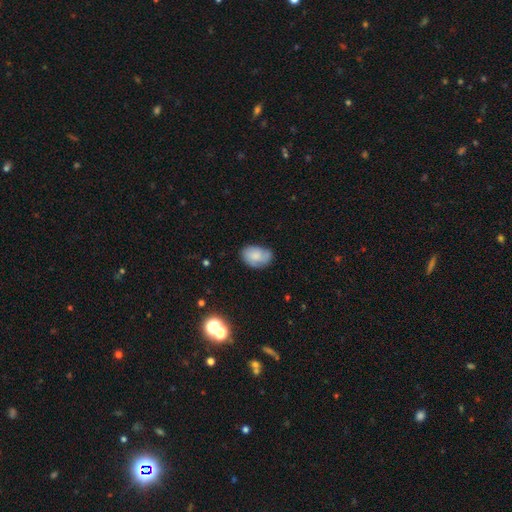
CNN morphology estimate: This is likely a smooth galaxy (69%). How rounded: clearly in between (82%). Merging: possibly none (60%).